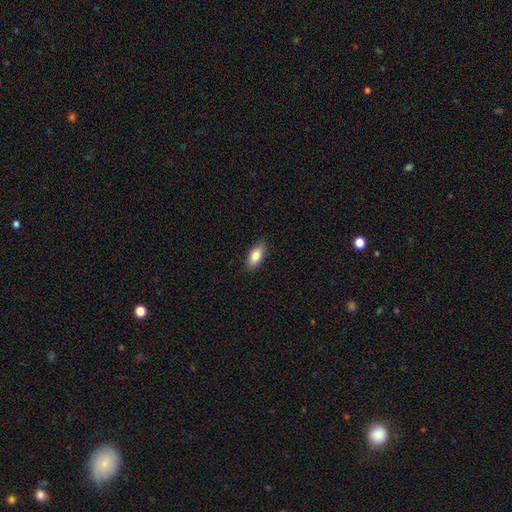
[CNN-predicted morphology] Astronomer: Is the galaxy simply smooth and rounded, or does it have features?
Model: smooth — 85%.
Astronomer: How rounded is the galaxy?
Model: in between — 86%.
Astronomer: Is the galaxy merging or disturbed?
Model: none — 87%.